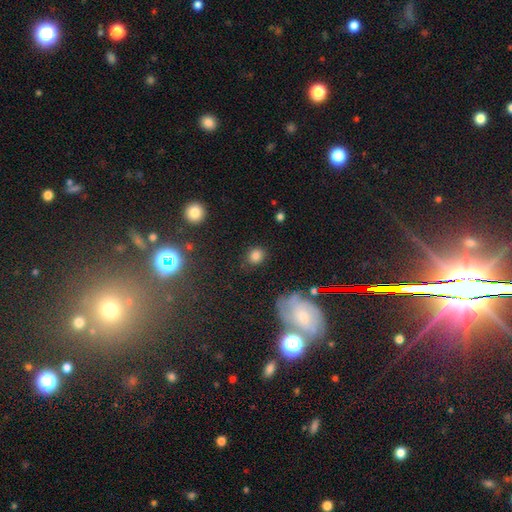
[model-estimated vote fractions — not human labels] A smooth galaxy with no disk features (79%) that is round (69%).

Vote fractions:
- Smooth or featured? smooth: 79% / star or artifact: 13% / featured or disk: 8%
- How rounded? round: 69% / in between: 29% / cigar-shaped: 1%
- Merging? none: 81% / minor disturbance: 12% / major disturbance: 4% / merger: 2%